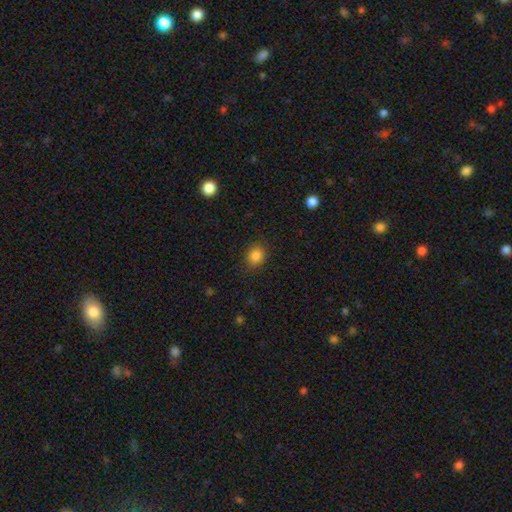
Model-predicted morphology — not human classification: The model was most divided on "how rounded": round: 70%, in between: 29%, cigar-shaped: 1%. More confident: smooth or featured — smooth (85%); merging — none (84%).